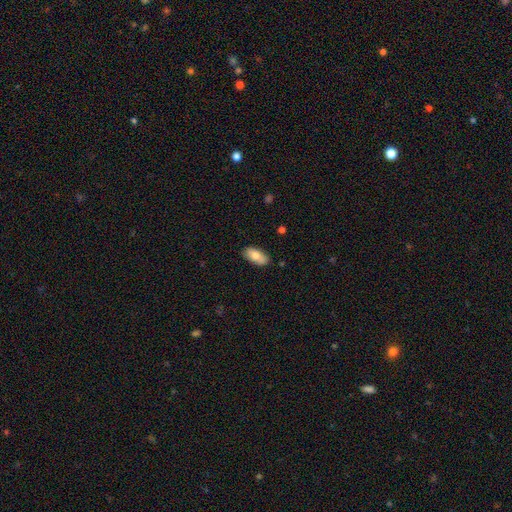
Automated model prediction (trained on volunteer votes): This is likely a smooth galaxy (78%). How rounded: clearly in between (92%). Merging: clearly none (85%).